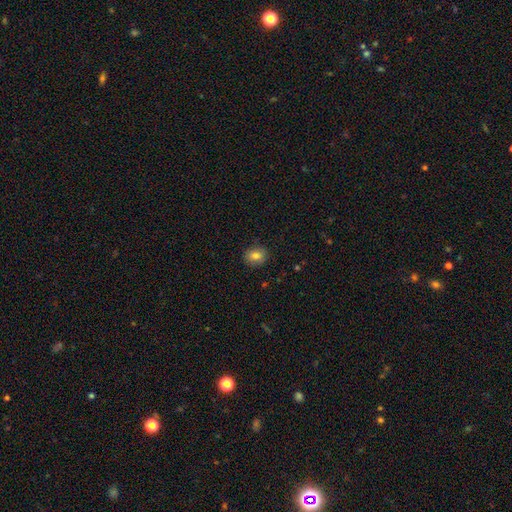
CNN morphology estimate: The model was most divided on "how rounded": round: 61%, in between: 38%, cigar-shaped: 1%. More confident: merging — none (88%); smooth or featured — smooth (81%).